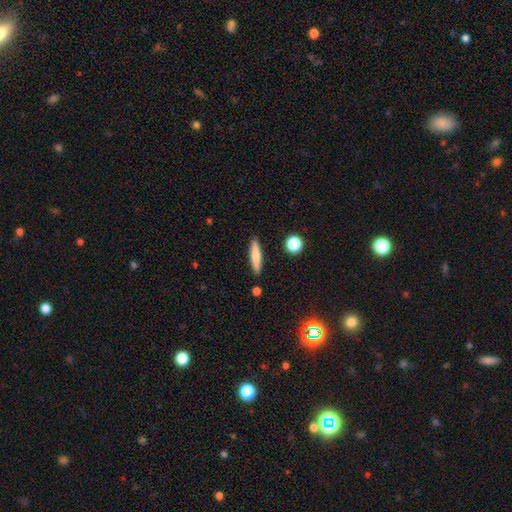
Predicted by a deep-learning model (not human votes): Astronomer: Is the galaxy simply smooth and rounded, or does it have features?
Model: smooth — 71%.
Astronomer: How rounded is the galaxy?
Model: cigar-shaped — 86%.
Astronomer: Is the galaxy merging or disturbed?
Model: none — 89%.